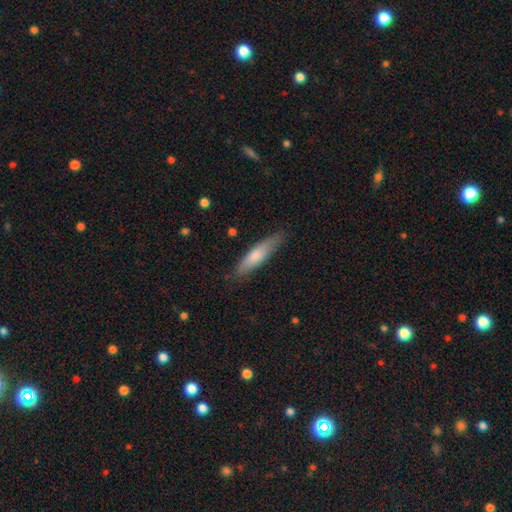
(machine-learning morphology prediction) smooth 70%, featured or disk 25%, star or artifact 5%. Down the decision tree: how rounded — cigar-shaped (78%); merging — none (83%).